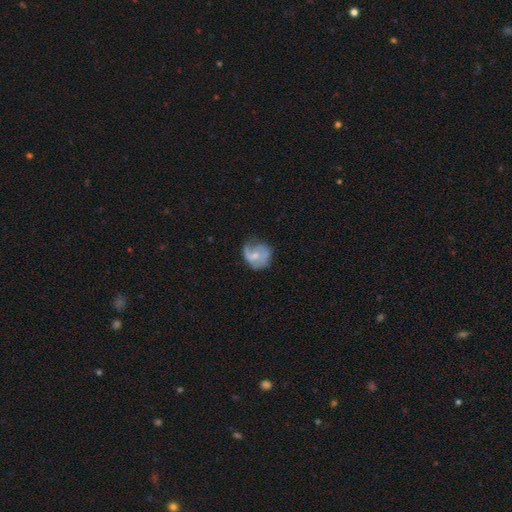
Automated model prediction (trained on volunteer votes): The model was most divided on "bar": no: 53%, weak: 40%, strong: 8%. Remaining: edge-on disk — no (98%); spiral arms — yes (80%); smooth or featured — featured or disk (58%); bulge size — small (50%); merging — none (49%).